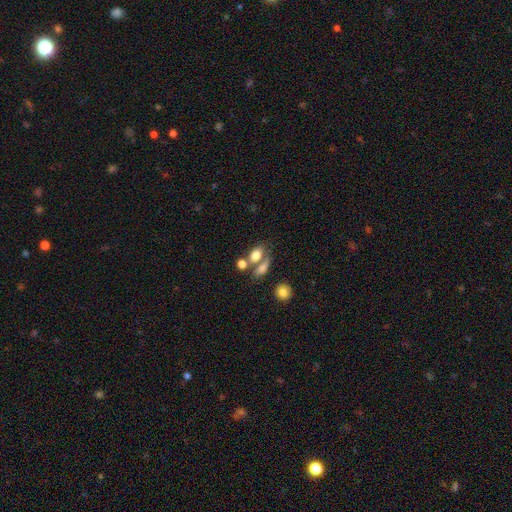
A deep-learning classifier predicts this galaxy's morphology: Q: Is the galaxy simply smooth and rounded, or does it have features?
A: smooth — 77%.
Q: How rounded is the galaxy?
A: in between — 80%.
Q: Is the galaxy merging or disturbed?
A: merger — 43%.